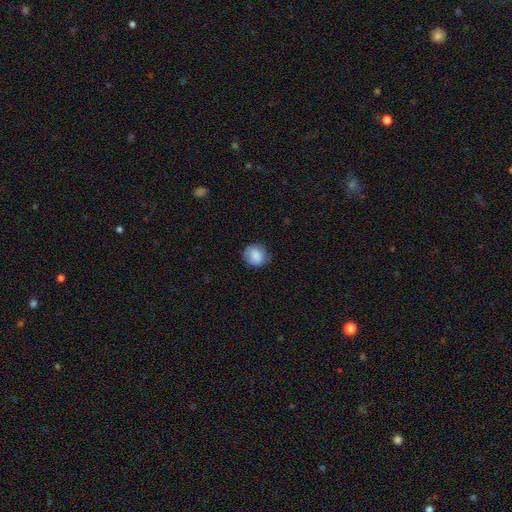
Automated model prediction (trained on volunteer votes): A smooth galaxy with no disk features (85%) that is round (79%). Merging: none (77%).